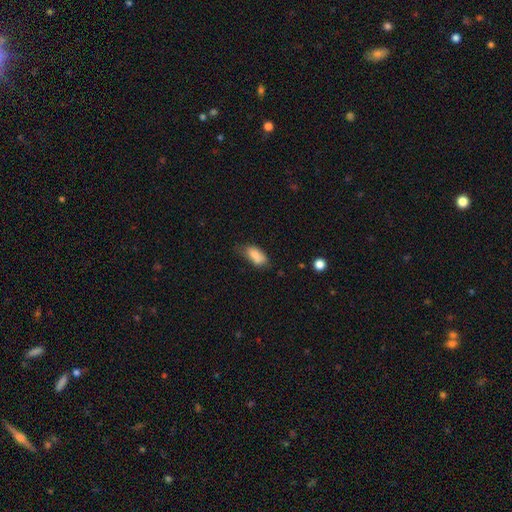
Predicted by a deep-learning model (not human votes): Morphology: type=smooth (83%); roundness=in between (87%); merging=none (47%).